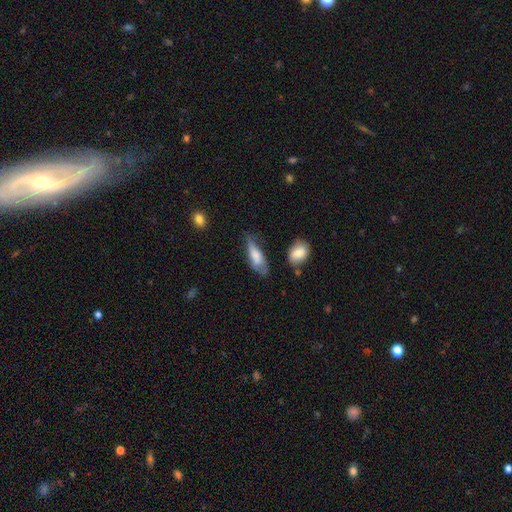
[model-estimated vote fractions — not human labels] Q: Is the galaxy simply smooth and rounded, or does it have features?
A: smooth — 72%.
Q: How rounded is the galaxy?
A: in between — 65%.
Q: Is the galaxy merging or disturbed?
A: none — 44%.